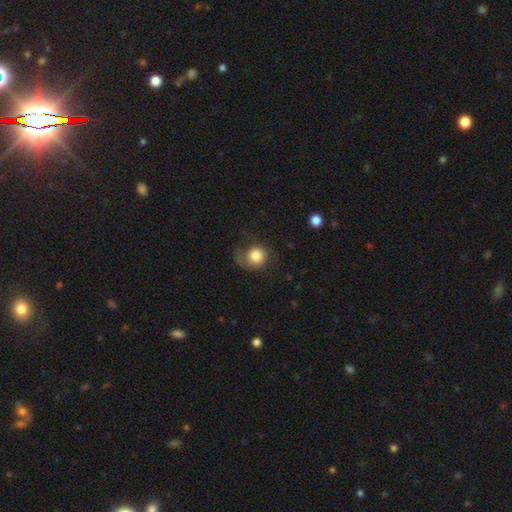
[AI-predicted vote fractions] This appears to be a smooth galaxy with no disk features (75%) that is round (80%). Merging: none (44%).